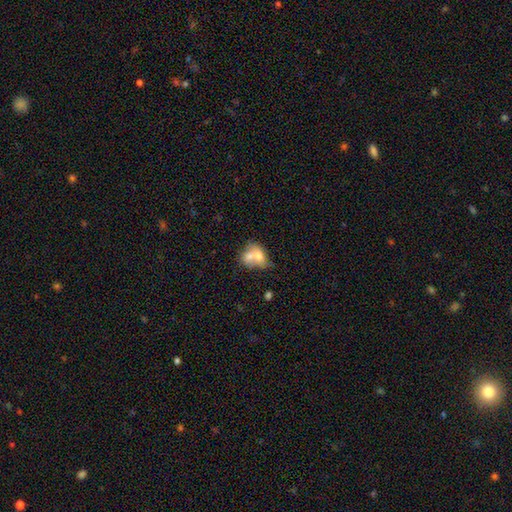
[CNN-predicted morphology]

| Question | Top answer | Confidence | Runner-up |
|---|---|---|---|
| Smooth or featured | smooth | 67% | featured or disk (25%) |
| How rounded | in between | 63% | round (35%) |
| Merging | merger | 71% | none (17%) |